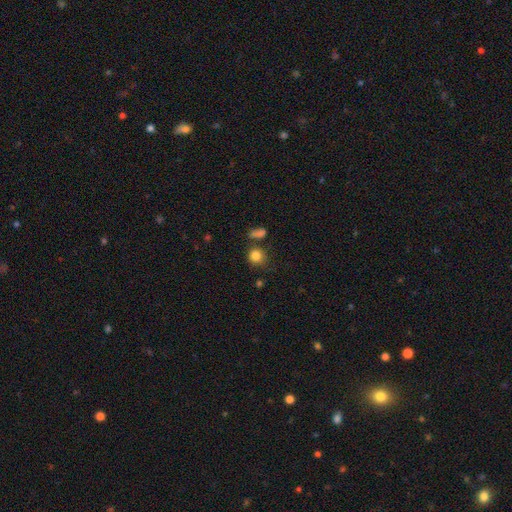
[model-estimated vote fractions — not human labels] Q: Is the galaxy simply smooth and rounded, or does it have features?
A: smooth — 83%.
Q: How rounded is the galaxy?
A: round — 84%.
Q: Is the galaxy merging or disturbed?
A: none — 72%.